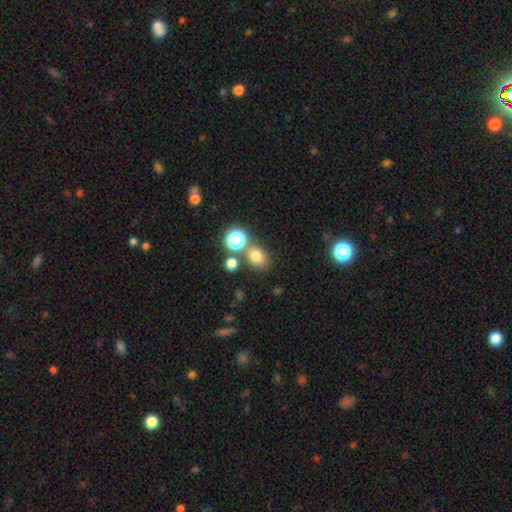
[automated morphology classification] Smooth or featured? smooth (74%)
How rounded? round (57%)
Merging? none (67%)